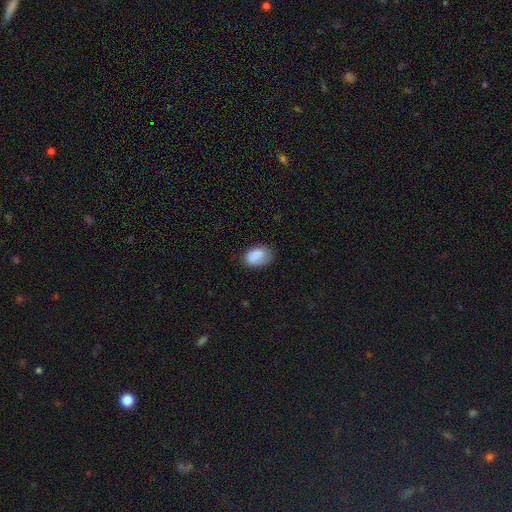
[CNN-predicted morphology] Smooth or featured? smooth (78%)
How rounded? in between (84%)
Merging? none (66%)